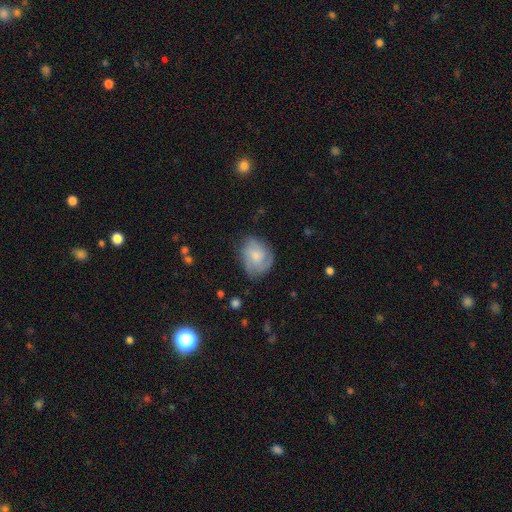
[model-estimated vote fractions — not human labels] Smooth or featured? Predicted: featured or disk (p=0.47). Merging? Predicted: none (p=0.63).